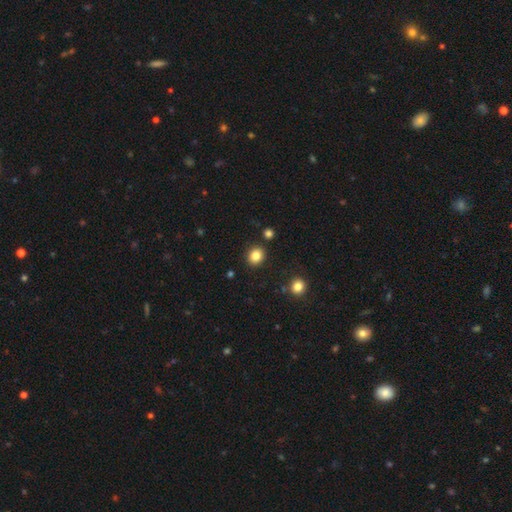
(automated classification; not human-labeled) Smooth or featured?
  - smooth: 84% *
  - star or artifact: 11%
  - featured or disk: 5%
How rounded?
  - round: 75% *
  - in between: 24%
  - cigar-shaped: 1%
Merging?
  - none: 89% *
  - minor disturbance: 6%
  - merger: 3%
  - major disturbance: 2%